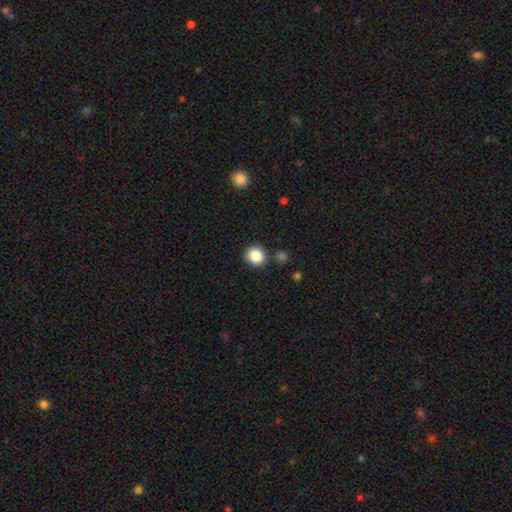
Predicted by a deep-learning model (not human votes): This appears to be a smooth galaxy with no disk features (85%) that is round (85%). Merging: none (84%).